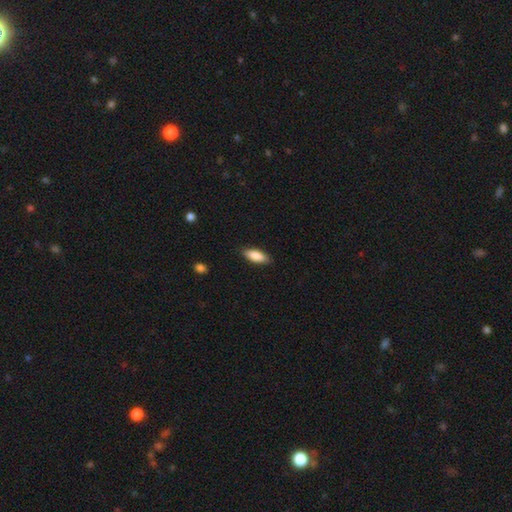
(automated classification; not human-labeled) The model was most divided on "how rounded": in between: 76%, cigar-shaped: 22%, round: 2%. More confident: smooth or featured — smooth (86%); merging — none (86%).